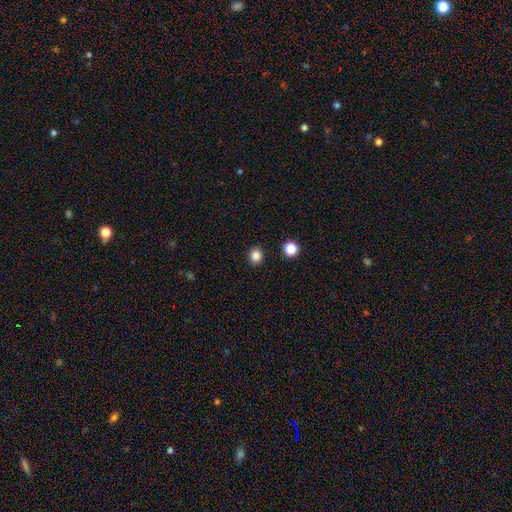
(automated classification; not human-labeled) Smooth or featured? Predicted: smooth (p=0.85). How rounded? Predicted: round (p=0.87). Merging? Predicted: none (p=0.91).